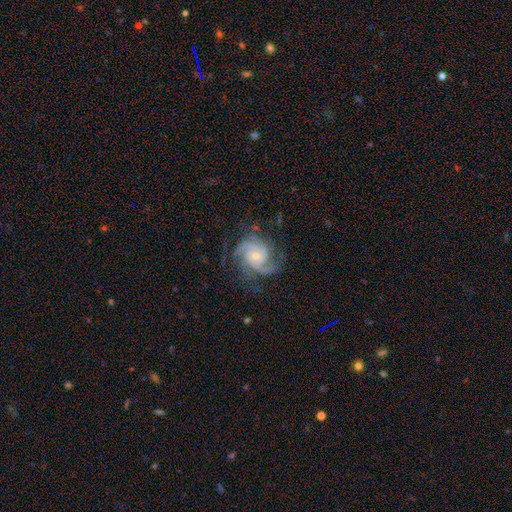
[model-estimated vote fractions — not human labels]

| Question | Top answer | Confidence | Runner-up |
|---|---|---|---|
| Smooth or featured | featured or disk | 91% | star or artifact (5%) |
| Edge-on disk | no | 98% | yes (2%) |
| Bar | no | 65% | weak (28%) |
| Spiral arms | yes | 98% | no (2%) |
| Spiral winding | tight | 49% | medium (43%) |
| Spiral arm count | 3 | 46% | 2 (26%) |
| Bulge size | small | 64% | moderate (31%) |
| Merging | none | 73% | minor disturbance (17%) |